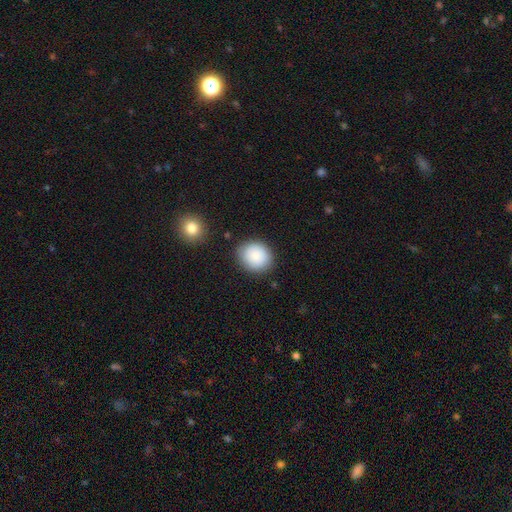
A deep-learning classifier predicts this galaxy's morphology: type=smooth (87%); roundness=round (73%); merging=none (84%).